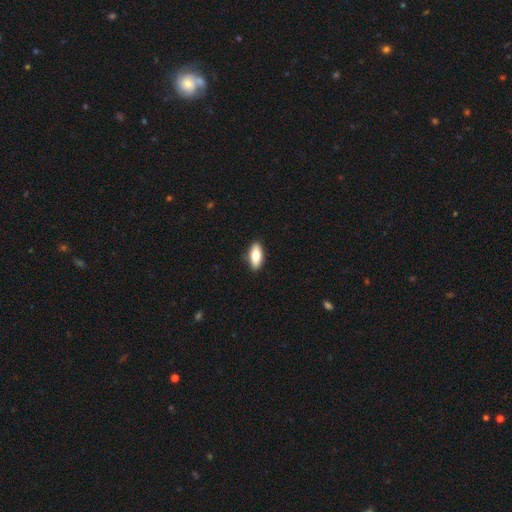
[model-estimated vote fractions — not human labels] The model was most divided on "smooth or featured": smooth: 78%, featured or disk: 15%, star or artifact: 6%. More confident: merging — none (89%); how rounded — in between (85%).